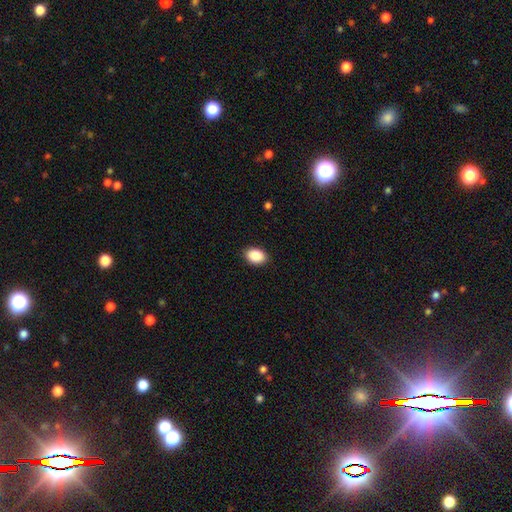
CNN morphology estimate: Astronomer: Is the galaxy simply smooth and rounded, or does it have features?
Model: smooth — 89%.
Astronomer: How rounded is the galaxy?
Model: in between — 78%.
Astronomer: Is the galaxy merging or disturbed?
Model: none — 89%.